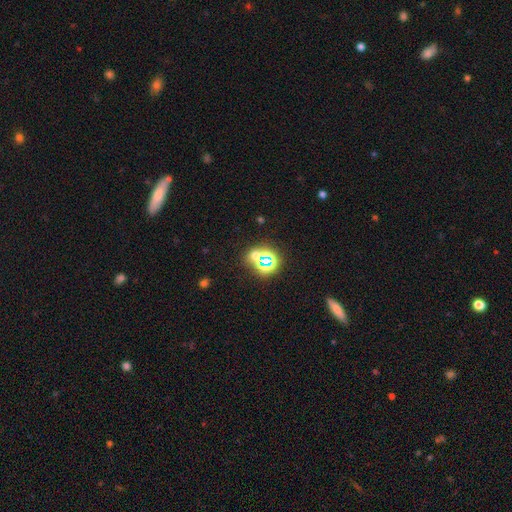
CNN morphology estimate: smooth-or-featured: star or artifact: 61% | smooth: 30% | featured or disk: 10%